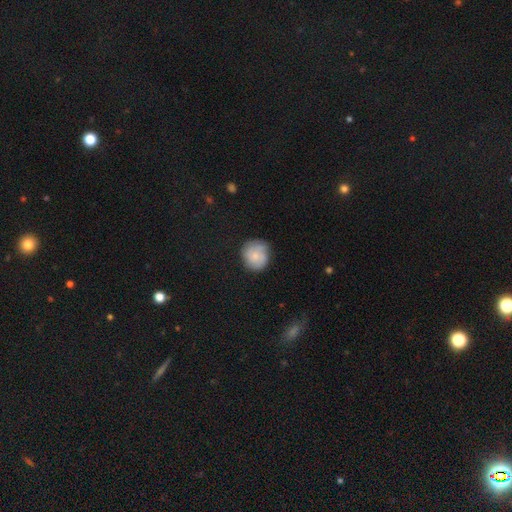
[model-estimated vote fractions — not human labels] Smooth or featured? Predicted: smooth (p=0.68). How rounded? Predicted: round (p=0.86). Merging? Predicted: none (p=0.73).